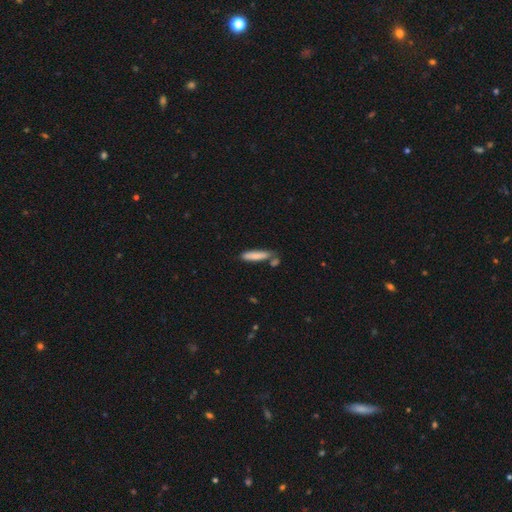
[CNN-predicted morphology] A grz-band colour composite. It shows a smooth galaxy with no disk features (82%) that is cigar-shaped (80%). Merging: none (65%).